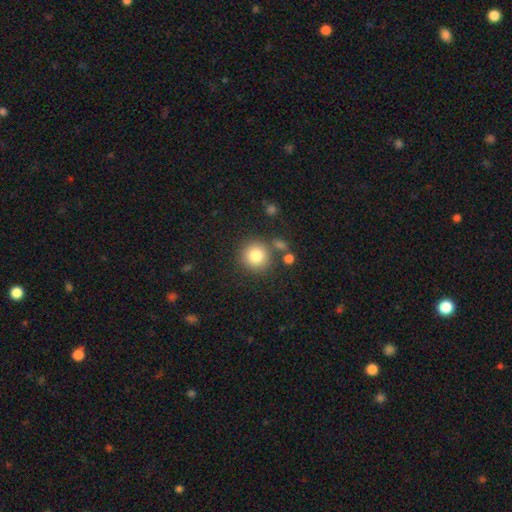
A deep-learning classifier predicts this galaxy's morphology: This appears to be a smooth galaxy with no disk features (82%) that is round (92%). Merging: none (79%).